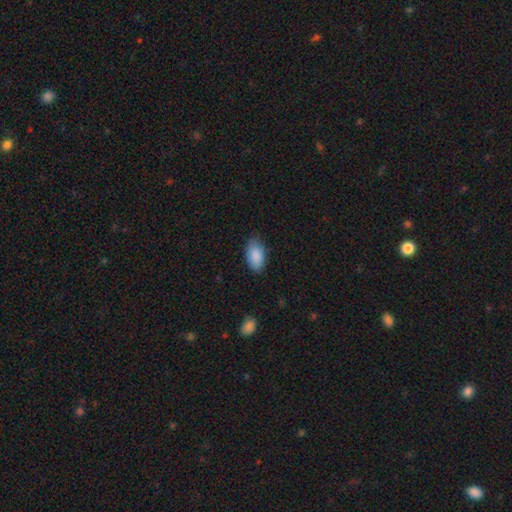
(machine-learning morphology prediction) Smooth or featured?
  - smooth: 89% *
  - star or artifact: 6%
  - featured or disk: 5%
How rounded?
  - in between: 94% *
  - round: 3%
  - cigar-shaped: 2%
Merging?
  - none: 78% *
  - minor disturbance: 18%
  - major disturbance: 3%
  - merger: 1%